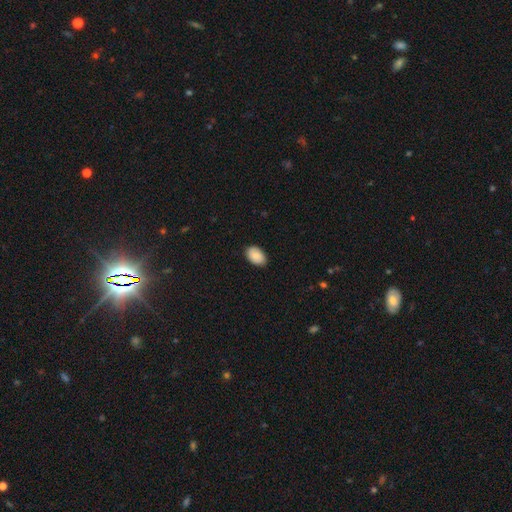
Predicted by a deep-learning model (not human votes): Overall: smooth (86%). How rounded: in between (89%). Merging: none (84%).